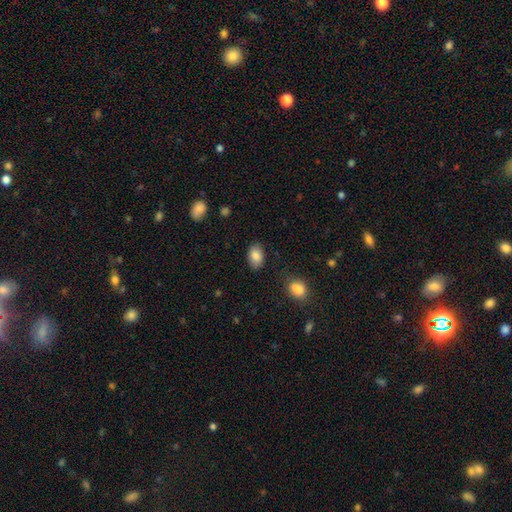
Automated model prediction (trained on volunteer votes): smooth-or-featured: smooth: 85% | featured or disk: 7% | star or artifact: 7%
  how-rounded: in between: 88% | round: 10% | cigar-shaped: 1%
  merging: none: 83% | minor disturbance: 12% | major disturbance: 3% | merger: 2%